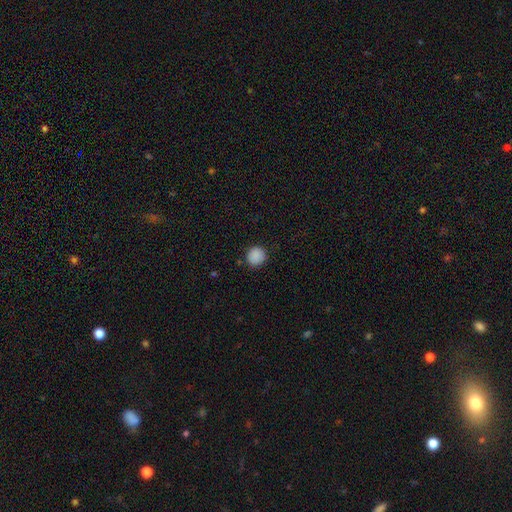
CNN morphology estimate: smooth 89%, star or artifact 9%, featured or disk 2%. Down the decision tree: how rounded — round (92%); merging — none (89%).